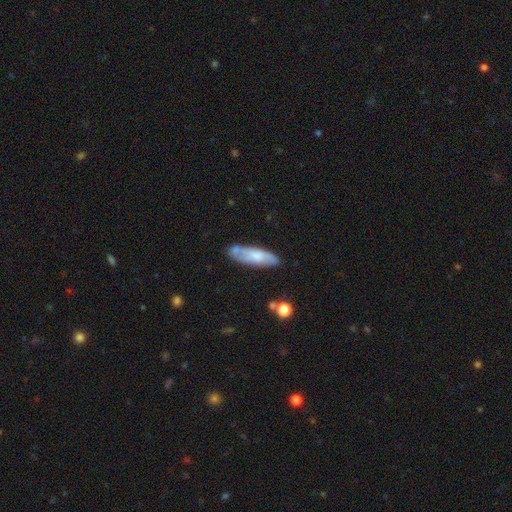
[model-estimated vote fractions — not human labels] Smooth or featured? Predicted: smooth (p=0.59). How rounded? Predicted: cigar-shaped (p=0.51). Merging? Predicted: none (p=0.69).